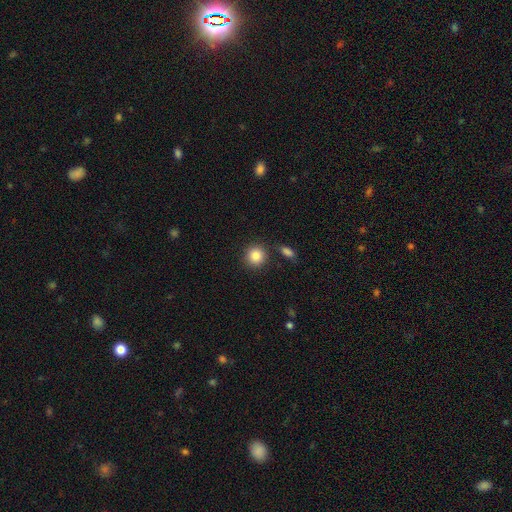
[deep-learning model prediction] smooth_or_featured: smooth (p=0.86) [alt: star or artifact p=0.09]
how_rounded: round (p=0.91) [alt: in between p=0.08]
merging: none (p=0.85) [alt: minor disturbance p=0.08]